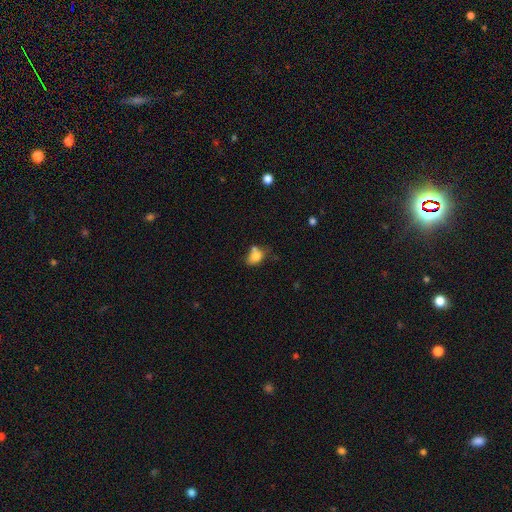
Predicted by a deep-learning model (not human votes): smooth 77%, featured or disk 13%, star or artifact 10%. Down the decision tree: how rounded — in between (66%); merging — none (41%).